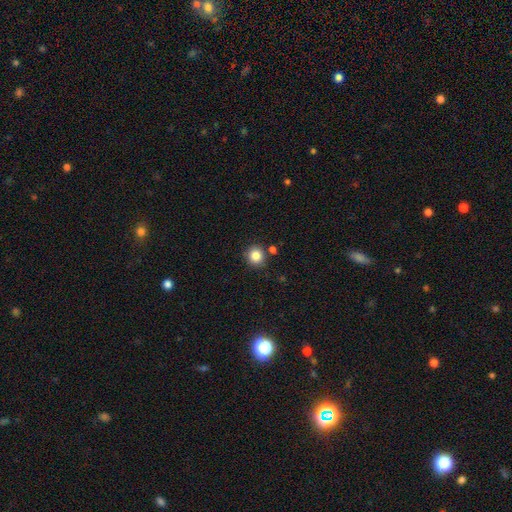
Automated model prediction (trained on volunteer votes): This appears to be a smooth galaxy with no disk features (84%) that is round (90%). Merging: none (84%).